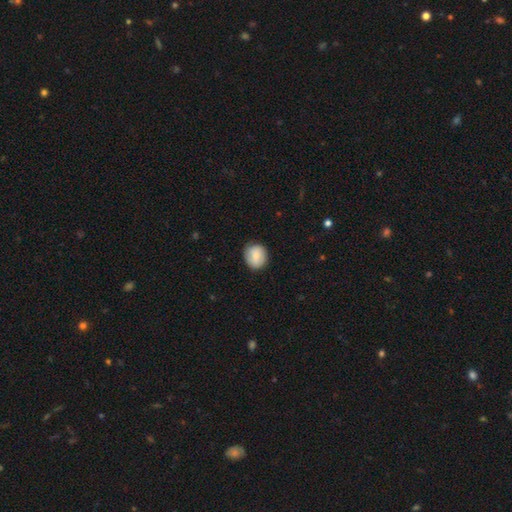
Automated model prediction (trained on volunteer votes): A smooth galaxy with no disk features (79%) that is round (78%). Merging: none (84%).